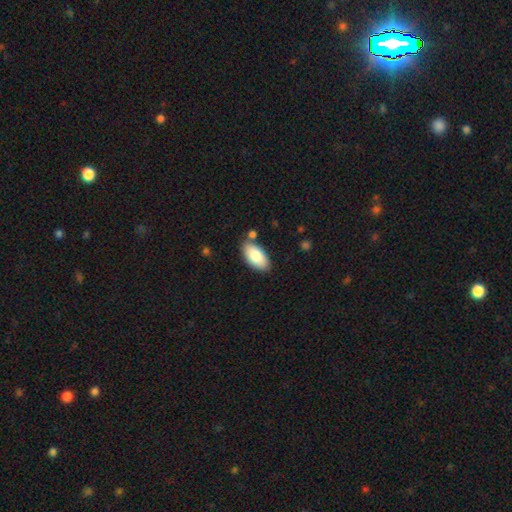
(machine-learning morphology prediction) The model was most divided on "merging": none: 79%, minor disturbance: 12%, merger: 6%, major disturbance: 3%. More confident: how rounded — in between (94%); smooth or featured — smooth (85%).